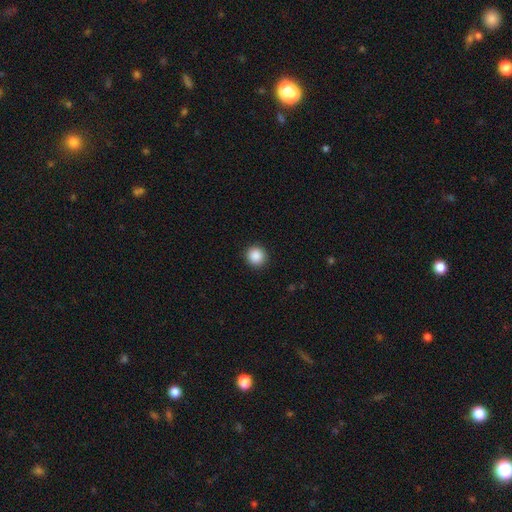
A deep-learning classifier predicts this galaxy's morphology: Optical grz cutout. It shows a smooth galaxy with no disk features (88%) that is round (93%). Merging: none (92%).